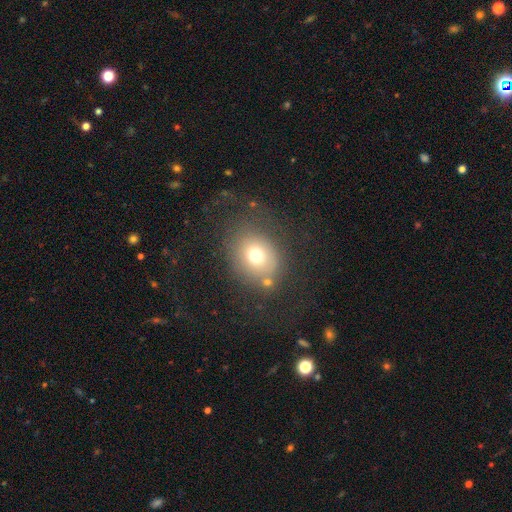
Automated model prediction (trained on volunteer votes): This is likely a smooth galaxy (69%). How rounded: likely round (62%). Merging: likely none (64%).